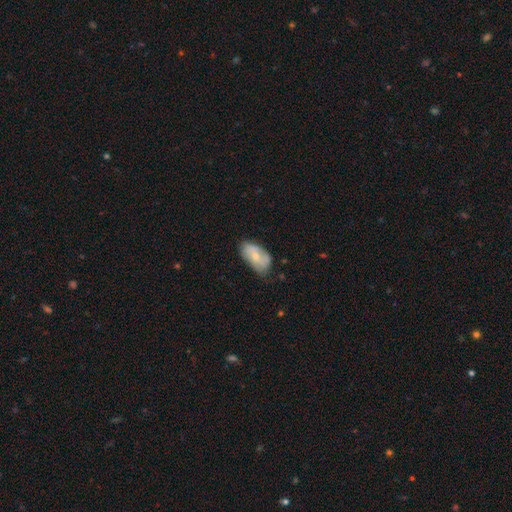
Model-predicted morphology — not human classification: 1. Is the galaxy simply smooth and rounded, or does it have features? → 60% smooth, 34% featured or disk, 7% star or artifact.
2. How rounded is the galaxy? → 93% in between, 4% round, 3% cigar-shaped.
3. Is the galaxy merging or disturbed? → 56% none, 34% minor disturbance, 8% major disturbance, 2% merger.